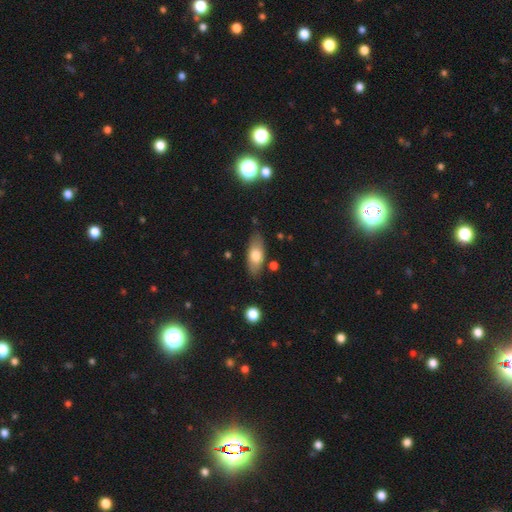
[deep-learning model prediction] The model was most divided on "smooth or featured": smooth: 69%, featured or disk: 24%, star or artifact: 7%. More confident: how rounded — in between (81%); merging — none (81%).